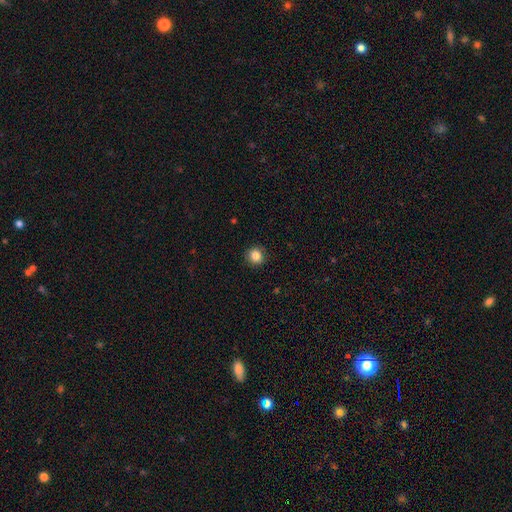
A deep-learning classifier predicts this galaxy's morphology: Smooth or featured: smooth — 86% (star or artifact — 10%)
How rounded: round — 89% (in between — 10%)
Merging: none — 90% (minor disturbance — 7%)